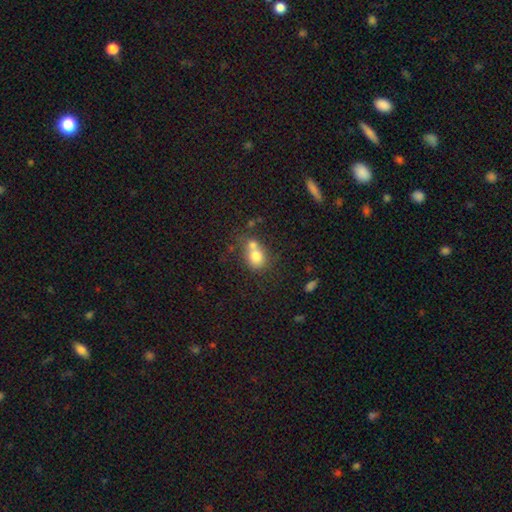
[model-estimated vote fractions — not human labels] Morphology: type=smooth (73%); roundness=round (68%); merging=merger (52%).